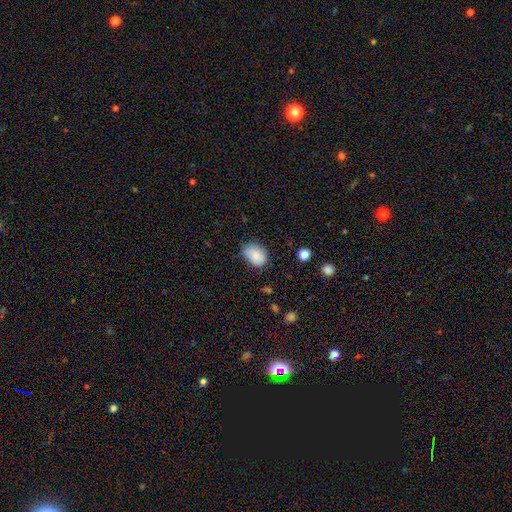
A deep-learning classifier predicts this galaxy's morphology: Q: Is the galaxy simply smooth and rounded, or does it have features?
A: smooth — 84%.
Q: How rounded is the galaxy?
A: in between — 76%.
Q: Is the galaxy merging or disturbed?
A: none — 61%.